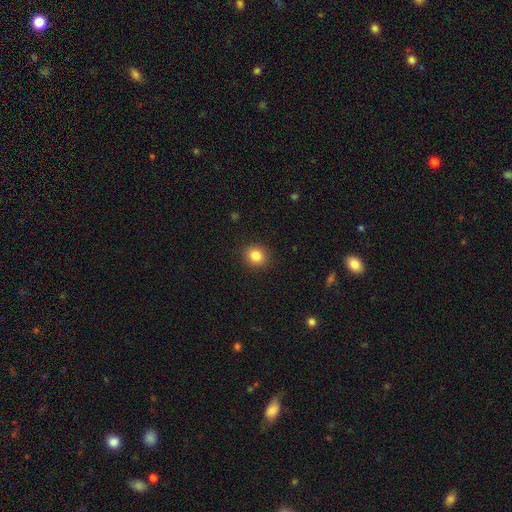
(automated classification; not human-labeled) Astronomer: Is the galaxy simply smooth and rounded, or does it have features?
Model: smooth — 84%.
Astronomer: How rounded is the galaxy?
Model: round — 78%.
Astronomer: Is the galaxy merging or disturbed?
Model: none — 90%.